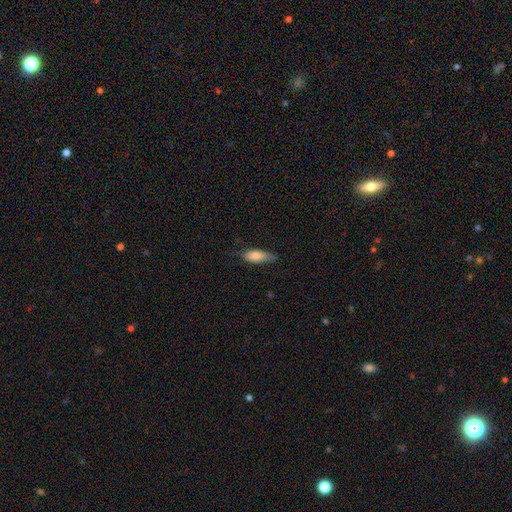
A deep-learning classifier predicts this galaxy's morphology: smooth 79%, featured or disk 15%, star or artifact 6%. Down the decision tree: how rounded — in between (70%); merging — none (65%).